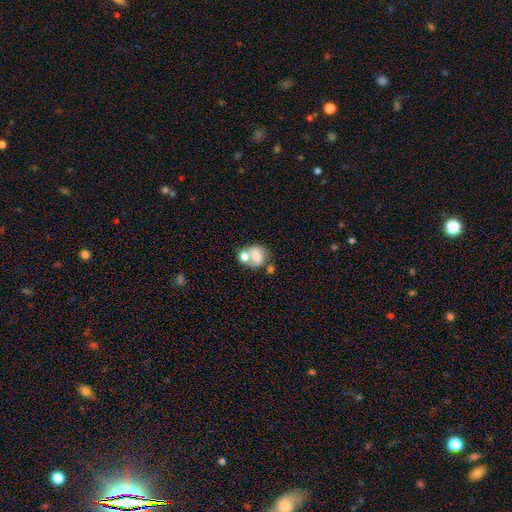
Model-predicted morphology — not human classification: type=smooth (60%); roundness=in between (52%); merging=merger (52%).